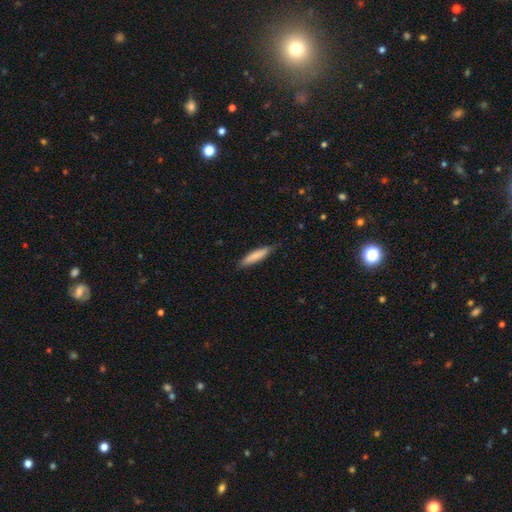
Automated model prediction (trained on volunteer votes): smooth 80%, featured or disk 15%, star or artifact 5%. Down the decision tree: how rounded — cigar-shaped (83%); merging — none (80%).